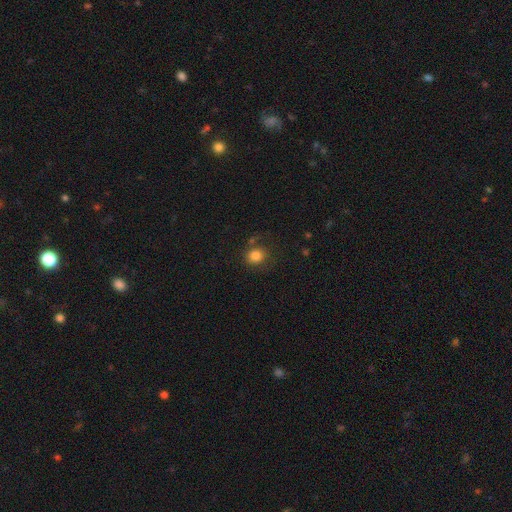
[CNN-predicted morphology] Smooth or featured: smooth — 82% (star or artifact — 11%)
How rounded: round — 73% (in between — 26%)
Merging: none — 73% (minor disturbance — 14%)